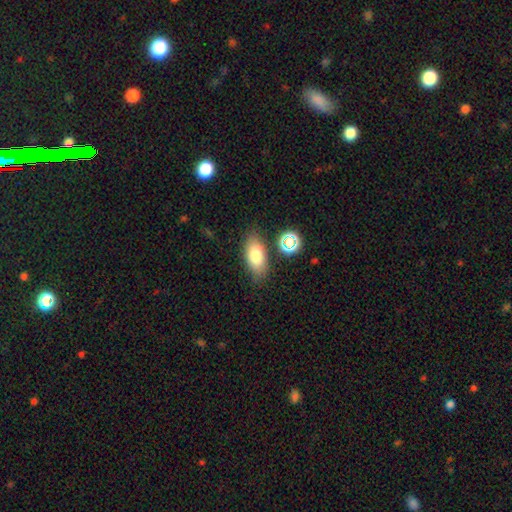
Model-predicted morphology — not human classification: A smooth galaxy with no disk features (77%) that is in between round and cigar-shaped (86%). Merging: none (79%).